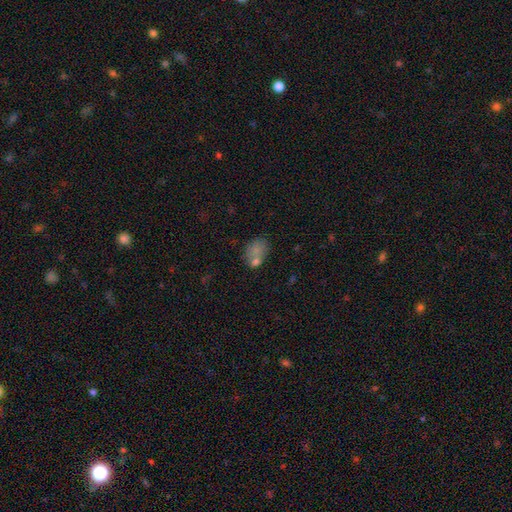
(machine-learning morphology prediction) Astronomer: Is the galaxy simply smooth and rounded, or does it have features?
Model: smooth — 73%.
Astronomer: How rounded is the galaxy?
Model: in between — 69%.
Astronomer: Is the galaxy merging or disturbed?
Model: none — 47% (runner-up: merger, 31%).